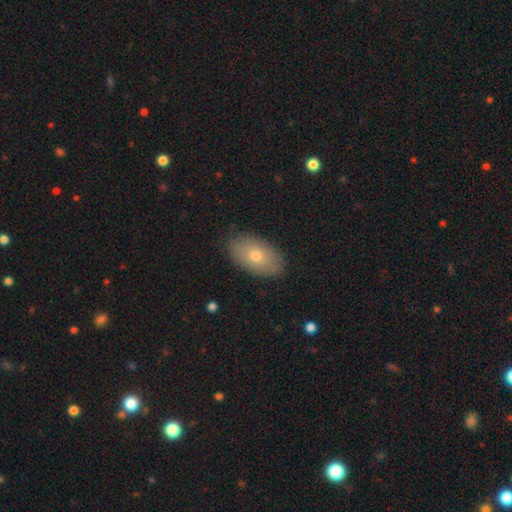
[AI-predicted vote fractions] smooth 70%, featured or disk 23%, star or artifact 8%. Down the decision tree: how rounded — in between (93%); merging — none (86%).